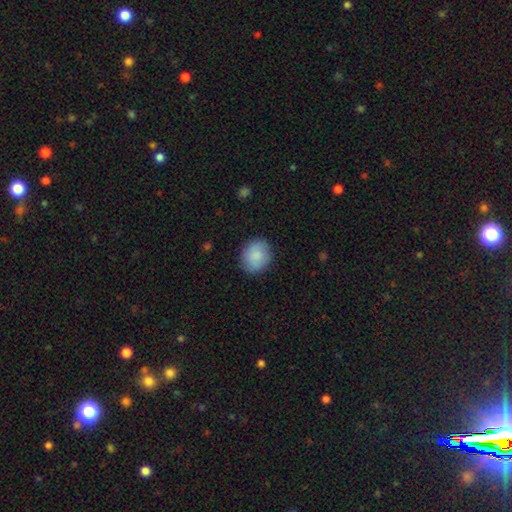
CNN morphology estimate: smooth_or_featured: smooth (p=0.87) [alt: featured or disk p=0.07]
how_rounded: round (p=0.70) [alt: in between p=0.29]
merging: none (p=0.85) [alt: minor disturbance p=0.11]